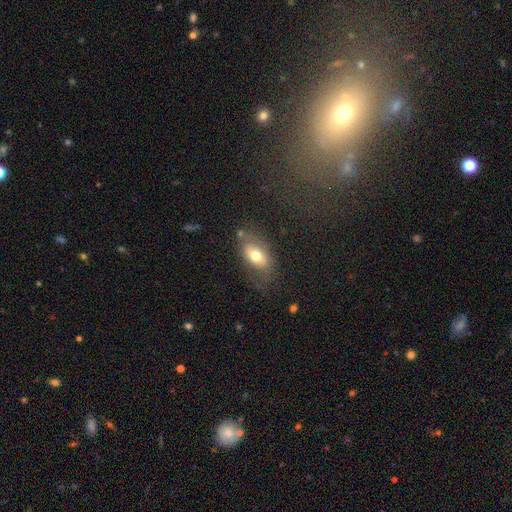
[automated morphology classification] smooth-or-featured: smooth: 65% | featured or disk: 27% | star or artifact: 8%
  how-rounded: in between: 88% | round: 7% | cigar-shaped: 5%
  merging: none: 62% | minor disturbance: 22% | major disturbance: 11% | merger: 4%